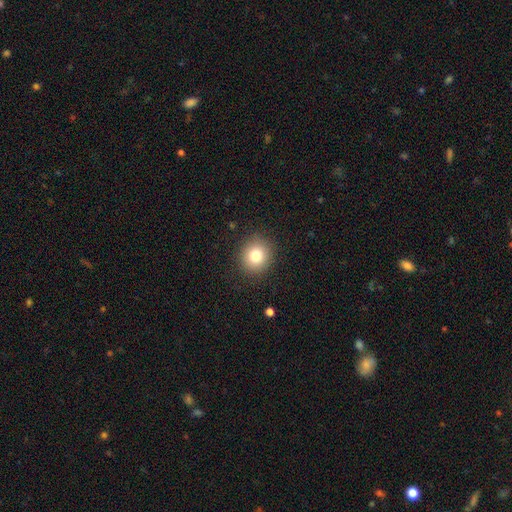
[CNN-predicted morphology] Smooth or featured?
  - smooth: 80% *
  - star or artifact: 11%
  - featured or disk: 9%
How rounded?
  - round: 83% *
  - in between: 16%
  - cigar-shaped: 1%
Merging?
  - none: 89% *
  - minor disturbance: 7%
  - major disturbance: 3%
  - merger: 1%